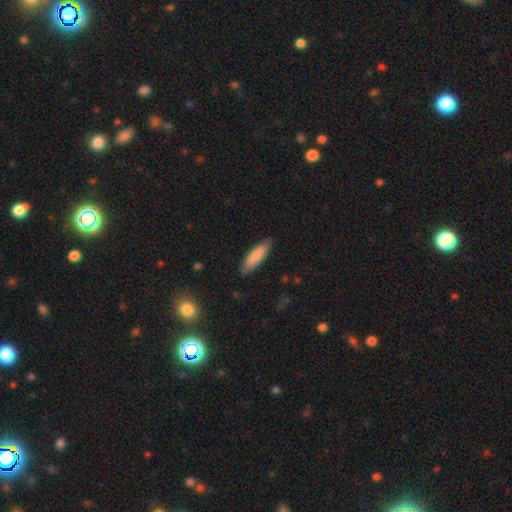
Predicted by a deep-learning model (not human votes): A smooth galaxy with no disk features (80%) that is cigar-shaped (54%). Merging: none (84%).